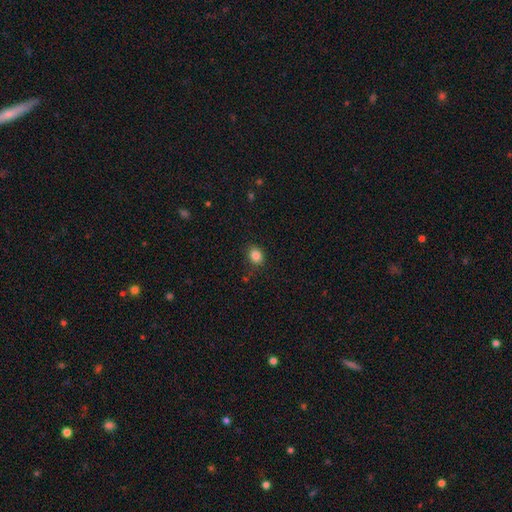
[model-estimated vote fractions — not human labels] A smooth galaxy with no disk features (84%) that is round (52%). Merging: none (86%).